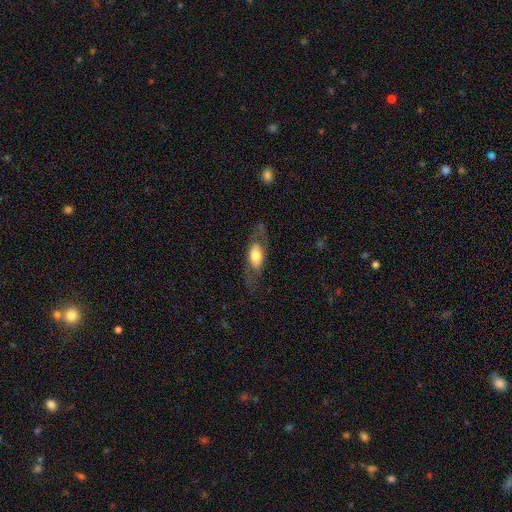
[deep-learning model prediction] smooth-or-featured: featured or disk: 49% | smooth: 45% | star or artifact: 6%
  merging: none: 70% | minor disturbance: 16% | major disturbance: 12% | merger: 1%